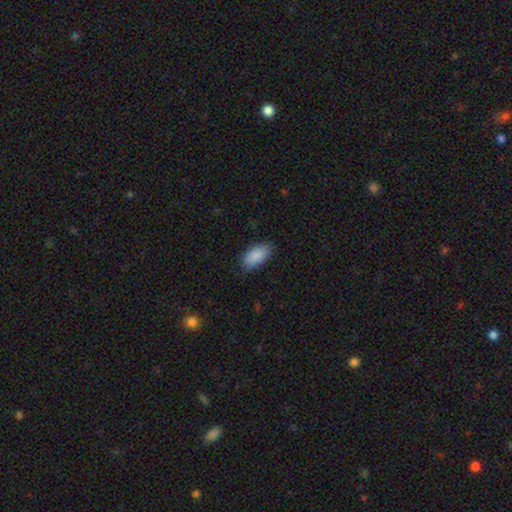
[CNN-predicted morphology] Smooth or featured?
  - smooth: 89% *
  - star or artifact: 6%
  - featured or disk: 5%
How rounded?
  - in between: 94% *
  - cigar-shaped: 4%
  - round: 2%
Merging?
  - none: 82% *
  - minor disturbance: 14%
  - major disturbance: 3%
  - merger: 1%